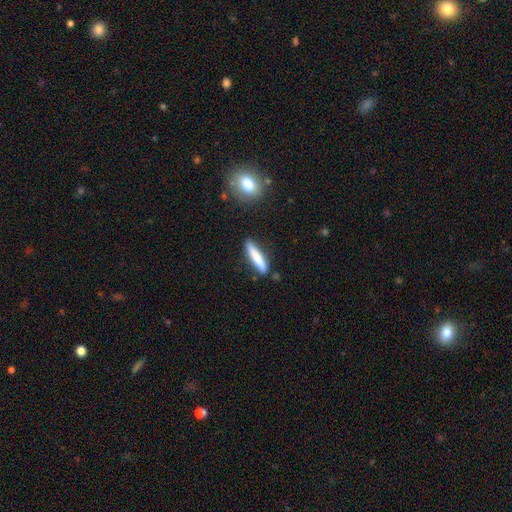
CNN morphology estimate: smooth 76%, featured or disk 18%, star or artifact 6%. Down the decision tree: how rounded — cigar-shaped (88%); merging — none (85%).